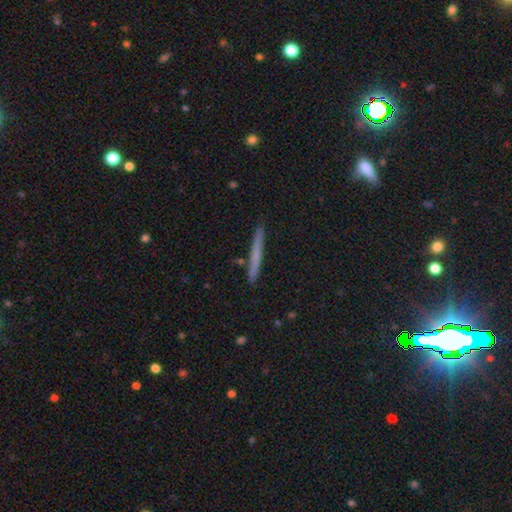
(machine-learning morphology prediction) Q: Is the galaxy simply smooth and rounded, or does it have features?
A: smooth — 58%.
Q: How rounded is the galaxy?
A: cigar-shaped — 97%.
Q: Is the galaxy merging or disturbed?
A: none — 91%.